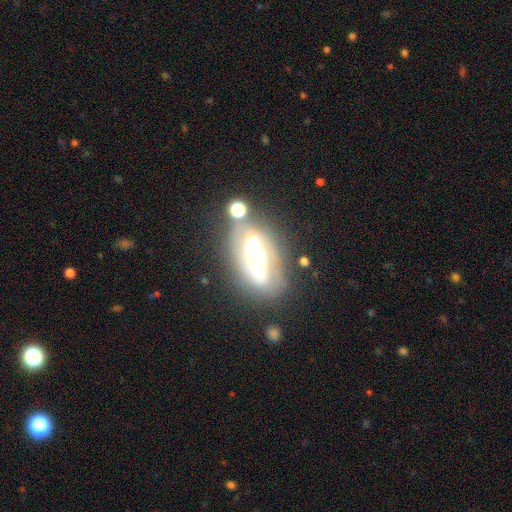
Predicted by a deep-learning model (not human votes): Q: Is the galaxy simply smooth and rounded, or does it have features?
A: featured or disk — 65%.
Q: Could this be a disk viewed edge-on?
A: no — 65%.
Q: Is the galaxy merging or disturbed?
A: none — 58%.